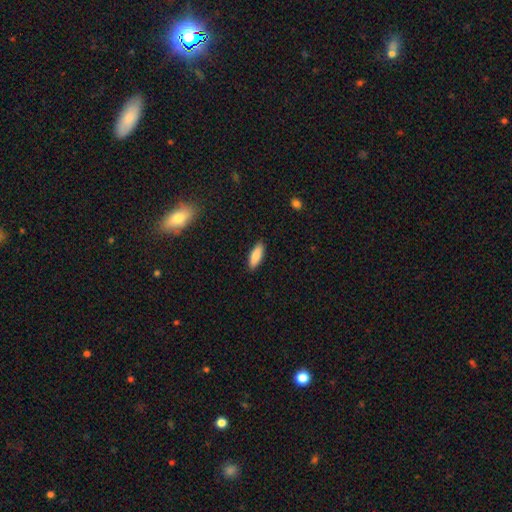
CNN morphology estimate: Smooth or featured?
  - smooth: 85% *
  - featured or disk: 9%
  - star or artifact: 6%
How rounded?
  - in between: 64% *
  - cigar-shaped: 34%
  - round: 2%
Merging?
  - none: 89% *
  - minor disturbance: 8%
  - major disturbance: 2%
  - merger: 1%